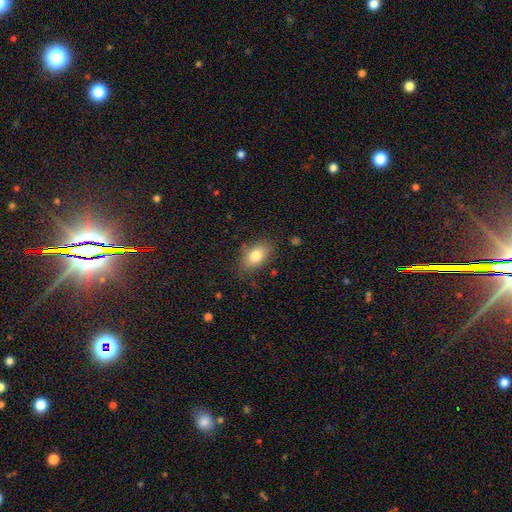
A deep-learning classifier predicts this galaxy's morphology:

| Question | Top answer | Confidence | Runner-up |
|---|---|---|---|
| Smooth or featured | smooth | 81% | featured or disk (11%) |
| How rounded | in between | 87% | round (10%) |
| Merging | none | 79% | minor disturbance (15%) |